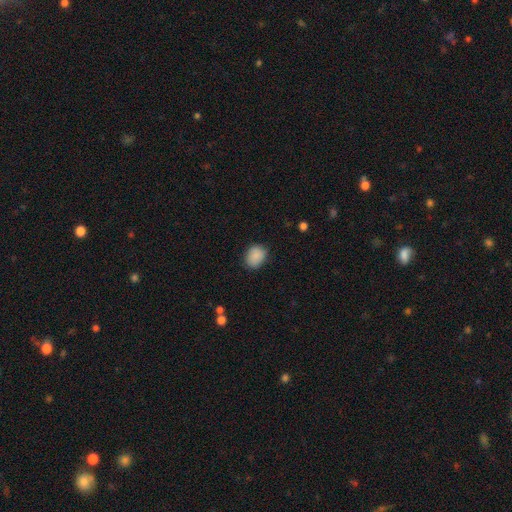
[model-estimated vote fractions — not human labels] Smooth or featured?
  - smooth: 89% *
  - star or artifact: 8%
  - featured or disk: 4%
How rounded?
  - in between: 55% *
  - round: 44%
  - cigar-shaped: 1%
Merging?
  - none: 79% *
  - minor disturbance: 16%
  - major disturbance: 3%
  - merger: 1%